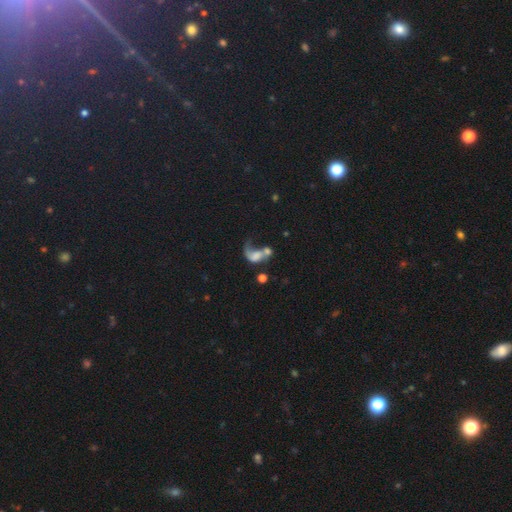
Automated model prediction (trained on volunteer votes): This is possibly a featured or disk galaxy (45%). Merging: possibly merger (47%).